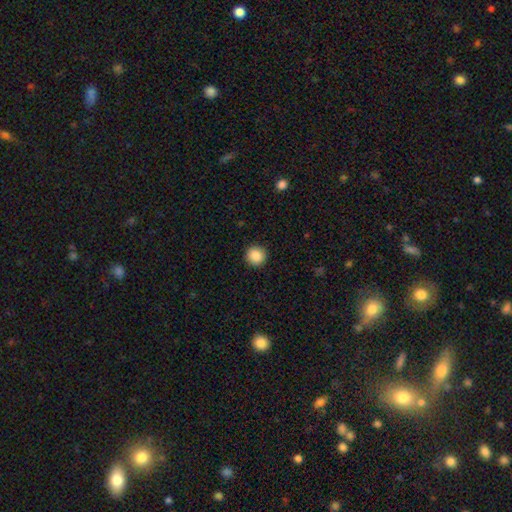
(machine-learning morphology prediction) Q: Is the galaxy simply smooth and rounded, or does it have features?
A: smooth — 88%.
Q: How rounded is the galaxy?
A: round — 94%.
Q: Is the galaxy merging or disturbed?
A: none — 92%.